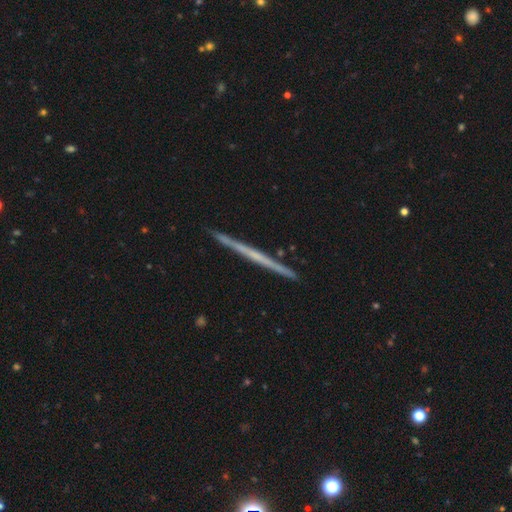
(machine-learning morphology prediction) This is likely a featured or disk galaxy (66%). It is clearly viewed edge-on (98%). Edge-on bulge: clearly none (82%). Merging: clearly none (92%).